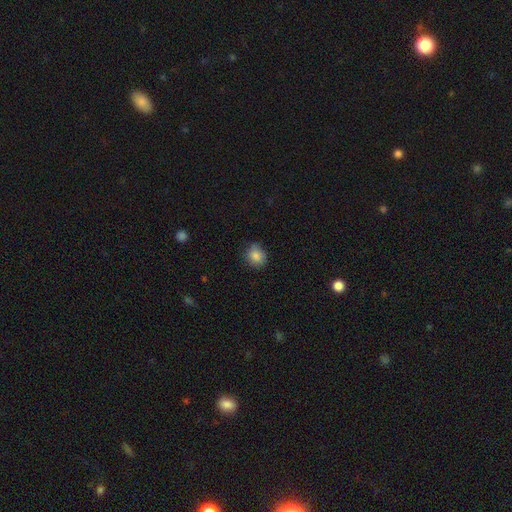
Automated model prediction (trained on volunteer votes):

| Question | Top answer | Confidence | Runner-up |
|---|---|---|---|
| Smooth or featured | smooth | 85% | star or artifact (9%) |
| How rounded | round | 78% | in between (21%) |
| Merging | none | 77% | minor disturbance (18%) |